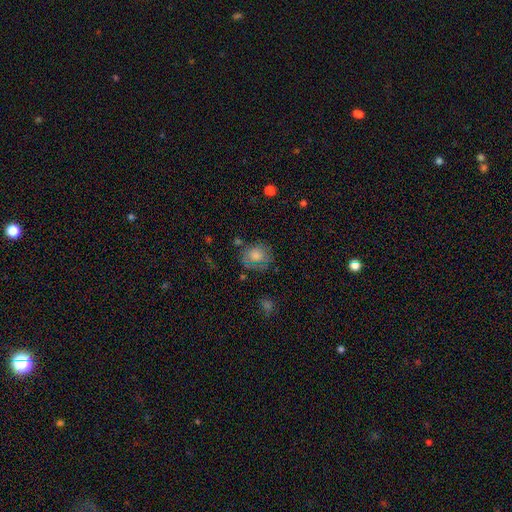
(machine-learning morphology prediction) Smooth or featured? smooth (73%)
How rounded? round (69%)
Merging? none (63%)